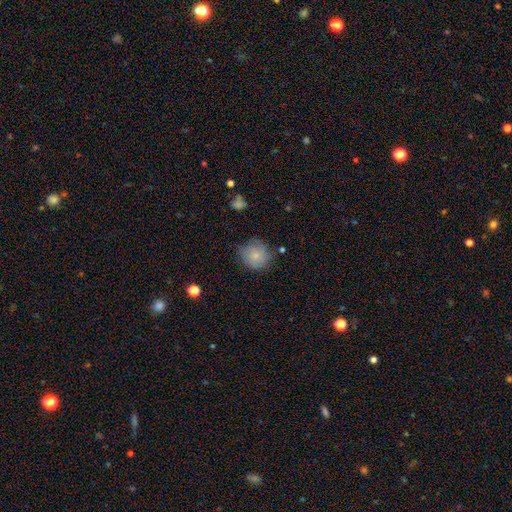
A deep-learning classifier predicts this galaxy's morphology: Overall: smooth (80%). How rounded: round (88%). Merging: none (70%).